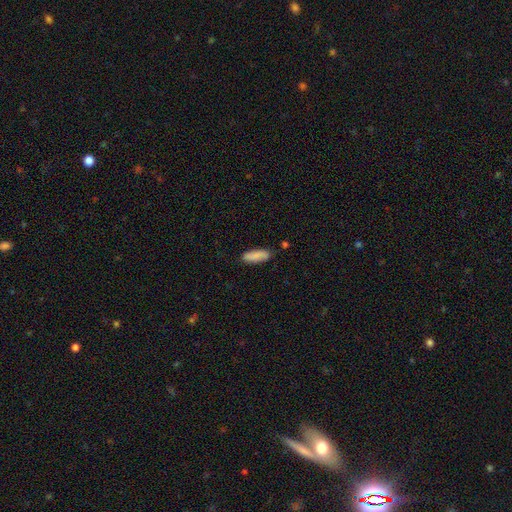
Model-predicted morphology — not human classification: The model was most divided on "how rounded": in between: 52%, cigar-shaped: 46%, round: 2%. More confident: smooth or featured — smooth (86%); merging — none (83%).